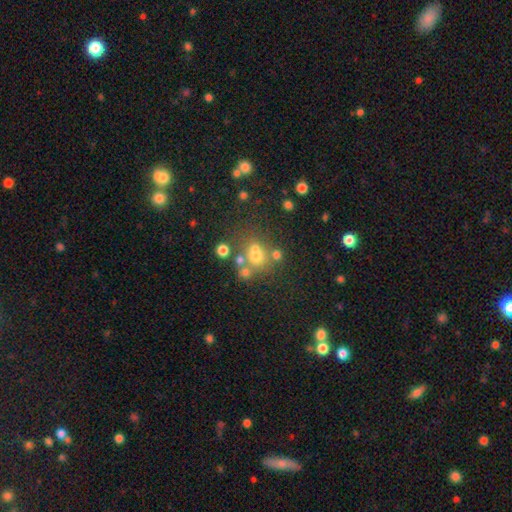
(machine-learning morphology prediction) smooth-or-featured: smooth: 57% | star or artifact: 22% | featured or disk: 21%
  how-rounded: round: 64% | in between: 35% | cigar-shaped: 2%
  merging: none: 47% | merger: 30% | minor disturbance: 13% | major disturbance: 9%